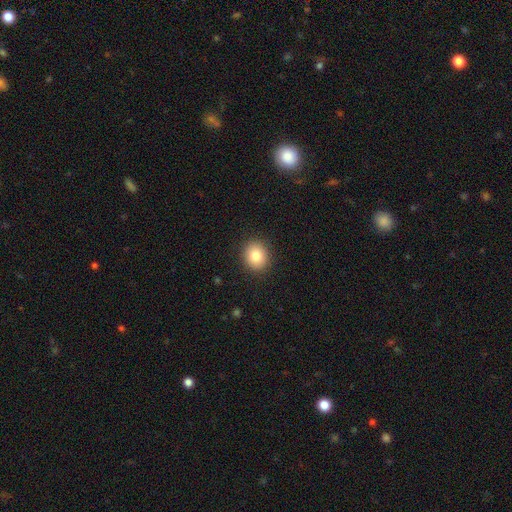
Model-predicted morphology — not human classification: smooth-or-featured: smooth: 83% | star or artifact: 9% | featured or disk: 8%
  how-rounded: round: 75% | in between: 24% | cigar-shaped: 1%
  merging: none: 91% | minor disturbance: 6% | major disturbance: 2% | merger: 1%